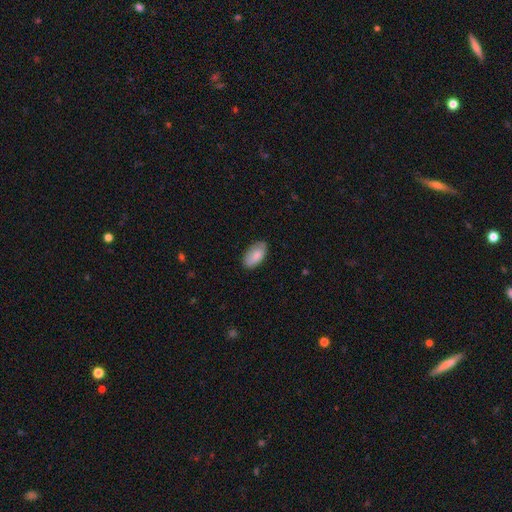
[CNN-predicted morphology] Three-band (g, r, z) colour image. It shows a smooth galaxy with no disk features (82%) that is in between round and cigar-shaped (95%). Merging: none (79%).